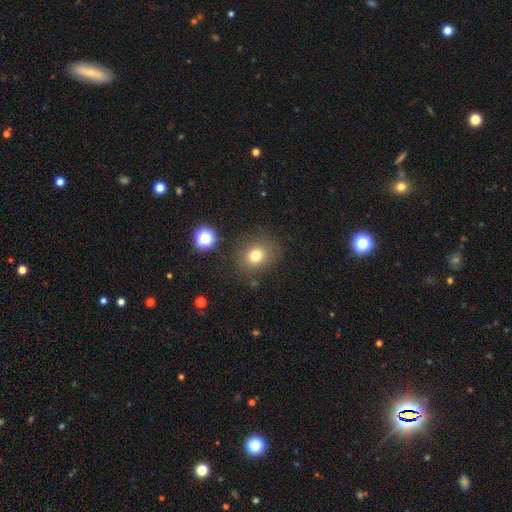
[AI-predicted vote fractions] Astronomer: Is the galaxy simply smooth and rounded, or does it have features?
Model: smooth — 76%.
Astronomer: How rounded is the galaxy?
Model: round — 73%.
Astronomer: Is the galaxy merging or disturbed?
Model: none — 81%.